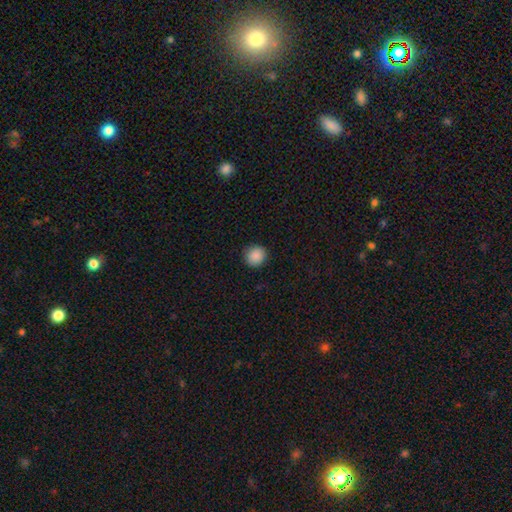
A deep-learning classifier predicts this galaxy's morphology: smooth_or_featured: smooth (p=0.89) [alt: star or artifact p=0.09]
how_rounded: round (p=0.93) [alt: in between p=0.06]
merging: none (p=0.91) [alt: minor disturbance p=0.06]